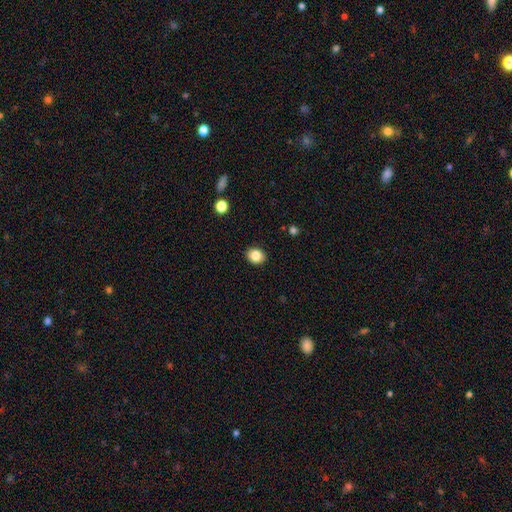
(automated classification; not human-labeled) Q: Smooth or featured?
A: smooth (84%); runner-up: star or artifact (10%)
Q: How rounded?
A: round (60%); runner-up: in between (39%)
Q: Merging?
A: none (90%); runner-up: minor disturbance (7%)